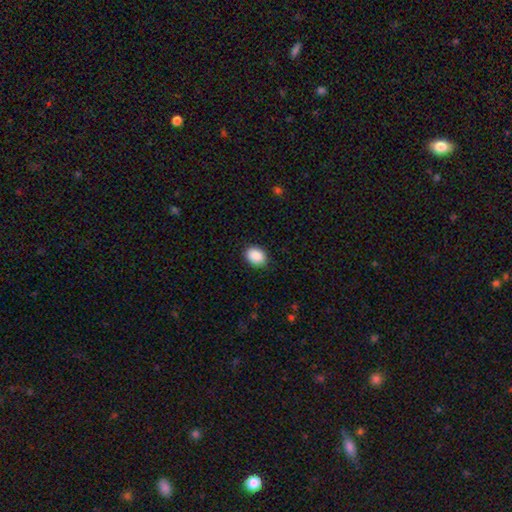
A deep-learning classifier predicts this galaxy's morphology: smooth-or-featured: smooth: 90% | star or artifact: 7% | featured or disk: 2%
  how-rounded: in between: 61% | round: 38% | cigar-shaped: 1%
  merging: none: 88% | minor disturbance: 8% | major disturbance: 2% | merger: 1%